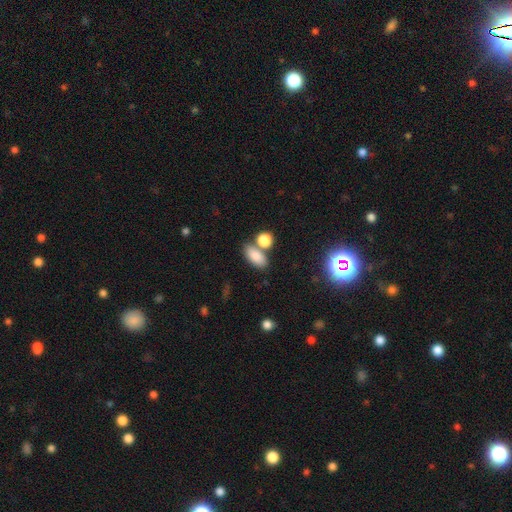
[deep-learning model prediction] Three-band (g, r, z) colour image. It shows a smooth galaxy with no disk features (84%) that is in between round and cigar-shaped (86%). Merging: none (59%).